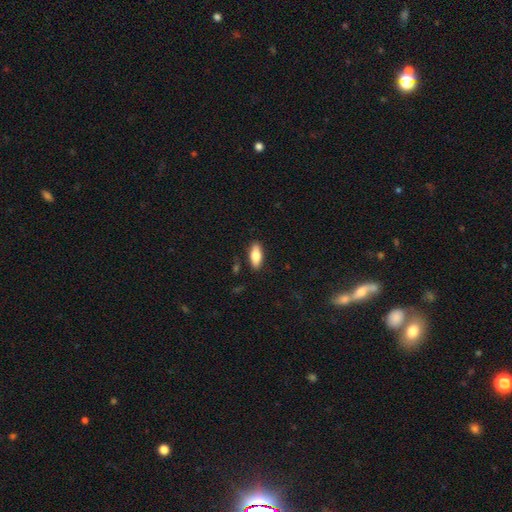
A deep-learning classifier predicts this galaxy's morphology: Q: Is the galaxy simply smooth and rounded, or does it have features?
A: smooth — 79%.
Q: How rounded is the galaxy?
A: in between — 80%.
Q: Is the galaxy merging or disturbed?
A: none — 88%.